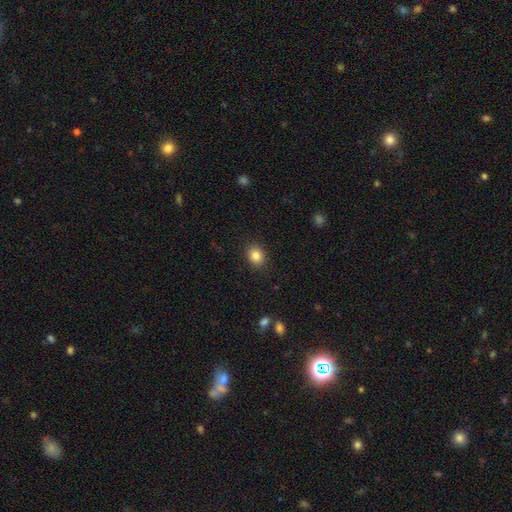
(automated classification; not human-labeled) smooth 85%, star or artifact 10%, featured or disk 6%. Down the decision tree: how rounded — round (50%); merging — none (89%).